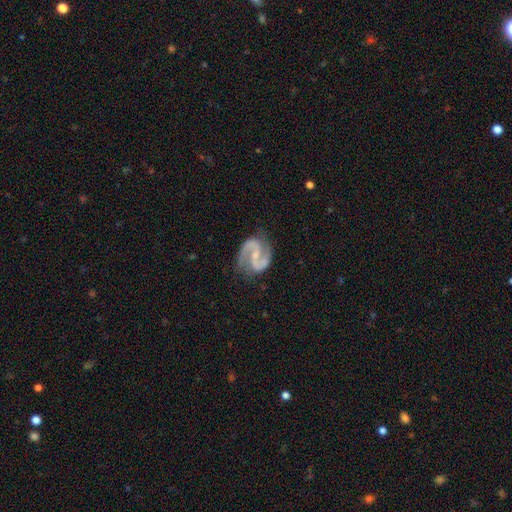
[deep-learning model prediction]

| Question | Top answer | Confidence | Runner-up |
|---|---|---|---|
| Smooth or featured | featured or disk | 92% | star or artifact (4%) |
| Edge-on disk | no | 98% | yes (2%) |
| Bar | weak | 43% | strong (30%) |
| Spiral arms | yes | 98% | no (2%) |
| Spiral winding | medium | 62% | loose (21%) |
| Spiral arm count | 2 | 94% | can't tell (1%) |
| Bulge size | small | 59% | none (20%) |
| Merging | none | 80% | minor disturbance (14%) |